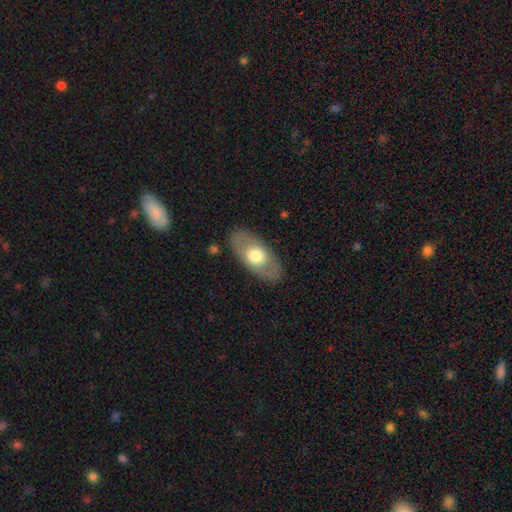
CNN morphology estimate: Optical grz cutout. It shows a smooth galaxy with no disk features (55%) that is in between round and cigar-shaped (90%). Merging: none (85%).